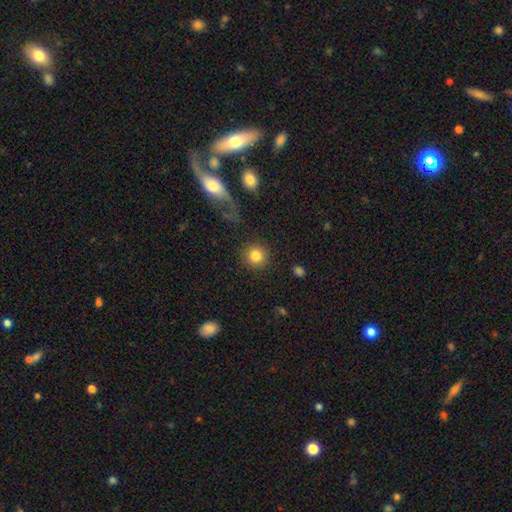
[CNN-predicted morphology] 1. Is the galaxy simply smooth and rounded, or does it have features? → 83% smooth, 10% star or artifact, 7% featured or disk.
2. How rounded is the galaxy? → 94% round, 5% in between, 1% cigar-shaped.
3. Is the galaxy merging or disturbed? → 88% none, 6% minor disturbance, 4% major disturbance, 2% merger.